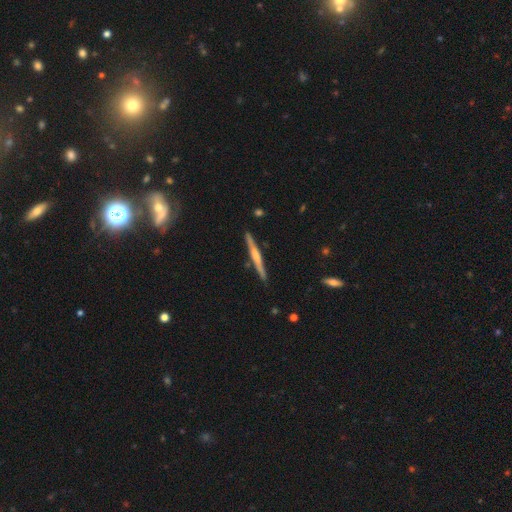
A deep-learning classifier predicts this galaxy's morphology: Smooth or featured? Predicted: featured or disk (p=0.66). Edge-on disk? Predicted: yes (p=0.98). Edge-on bulge? Predicted: rounded (p=0.56). Merging? Predicted: none (p=0.89).